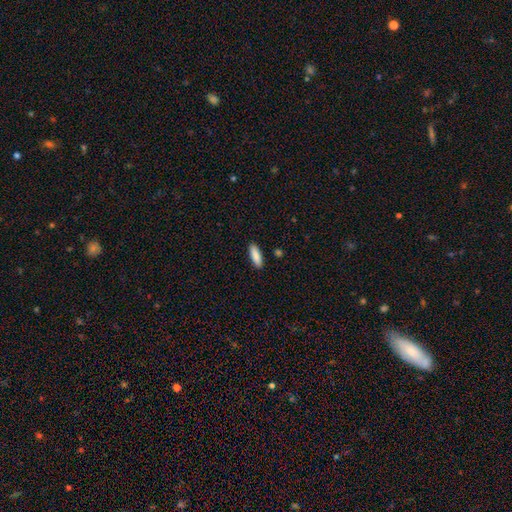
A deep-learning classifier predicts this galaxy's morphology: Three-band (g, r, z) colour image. It shows a smooth galaxy with no disk features (88%) that is in between round and cigar-shaped (58%). Merging: none (90%).